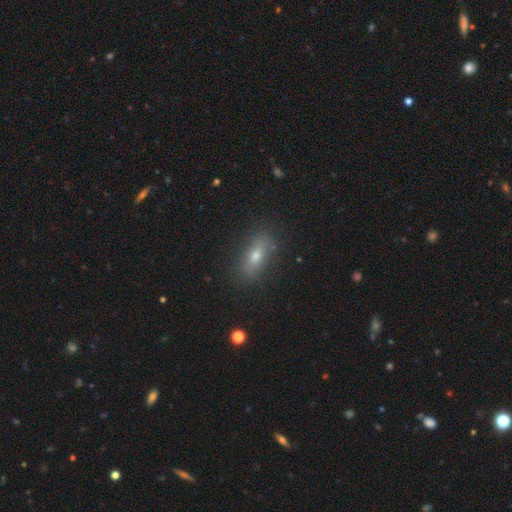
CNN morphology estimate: Overall: smooth (63%; featured or disk 25%). How rounded: in between (67%). Merging: none (84%).